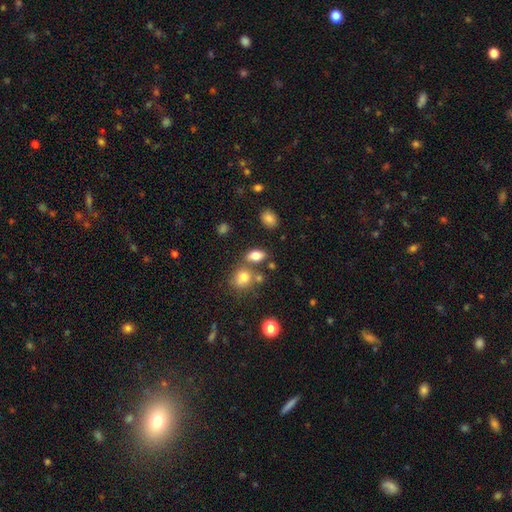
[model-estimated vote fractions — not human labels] smooth 77%, featured or disk 12%, star or artifact 11%. Down the decision tree: how rounded — in between (82%); merging — none (63%).